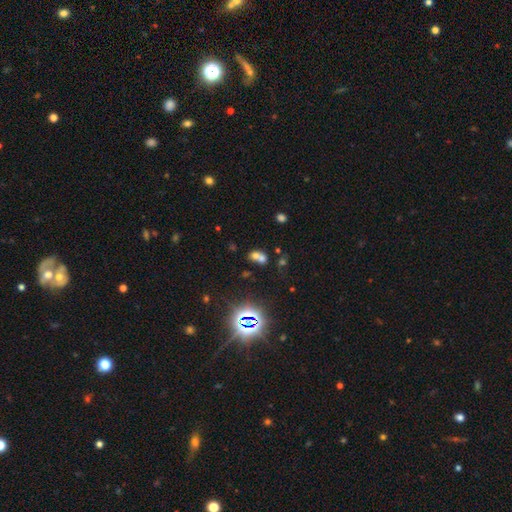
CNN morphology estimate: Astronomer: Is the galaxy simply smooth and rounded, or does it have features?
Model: smooth — 56%.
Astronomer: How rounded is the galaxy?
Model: in between — 50% (runner-up: round, 48%).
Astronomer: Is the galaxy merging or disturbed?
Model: merger — 65%.